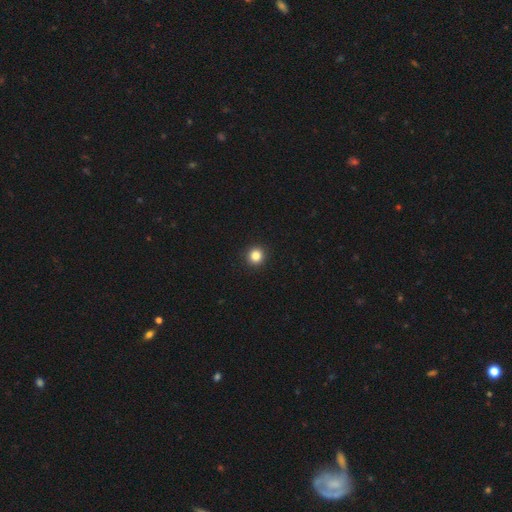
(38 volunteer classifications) Morphology: type=smooth (92%); roundness=round (97%); merging=none (97%).